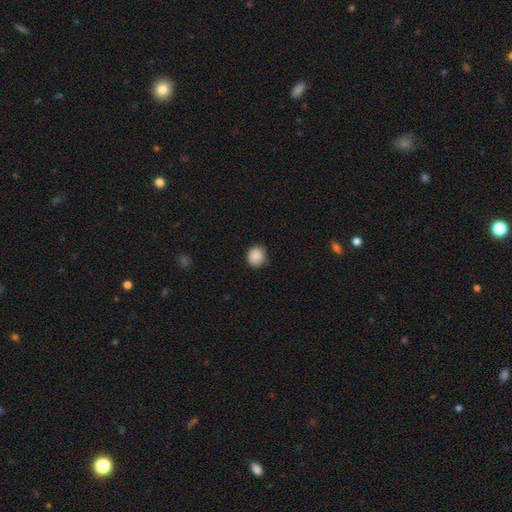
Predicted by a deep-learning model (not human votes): Smooth or featured? Predicted: smooth (p=0.88). How rounded? Predicted: round (p=0.80). Merging? Predicted: none (p=0.76).